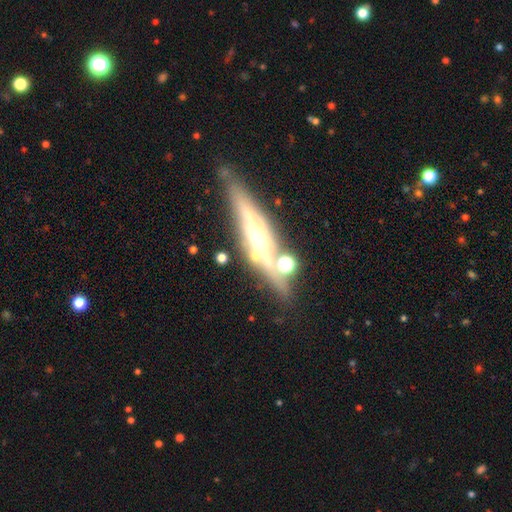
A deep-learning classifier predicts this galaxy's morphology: Q: Smooth or featured?
A: featured or disk (60%); runner-up: smooth (28%)
Q: Edge-on disk?
A: yes (79%); runner-up: no (21%)
Q: Merging?
A: none (69%); runner-up: minor disturbance (14%)